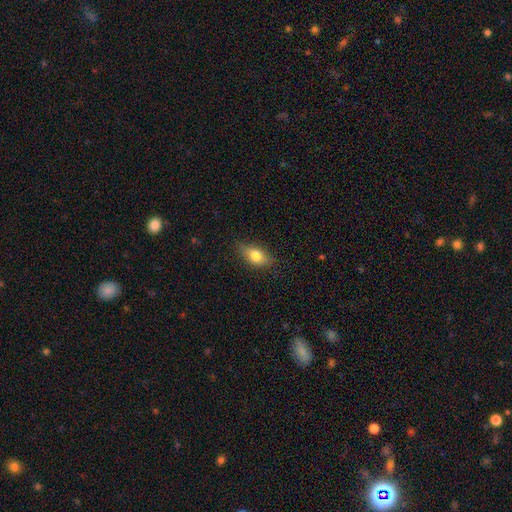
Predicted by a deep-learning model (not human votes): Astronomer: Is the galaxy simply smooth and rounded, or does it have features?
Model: smooth — 72%.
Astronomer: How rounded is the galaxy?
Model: in between — 81%.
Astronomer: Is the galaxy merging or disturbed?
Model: none — 77%.